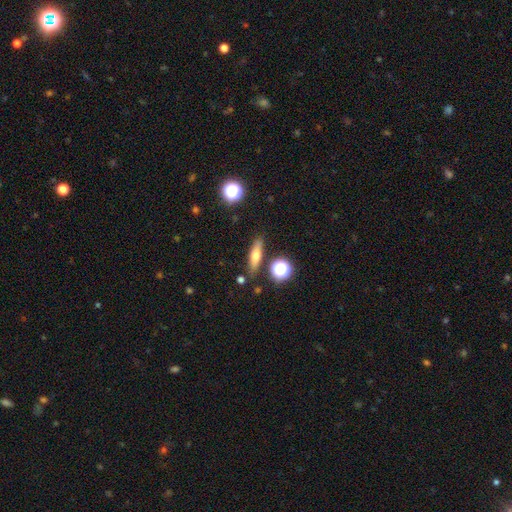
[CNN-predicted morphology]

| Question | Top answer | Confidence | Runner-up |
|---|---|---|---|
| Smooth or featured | smooth | 59% | featured or disk (30%) |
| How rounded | cigar-shaped | 56% | in between (35%) |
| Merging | none | 81% | minor disturbance (11%) |